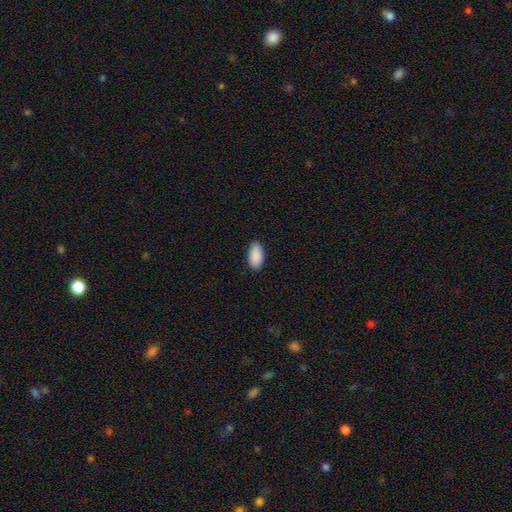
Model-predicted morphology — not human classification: Smooth or featured: smooth — 91% (star or artifact — 6%)
How rounded: in between — 94% (cigar-shaped — 4%)
Merging: none — 89% (minor disturbance — 8%)